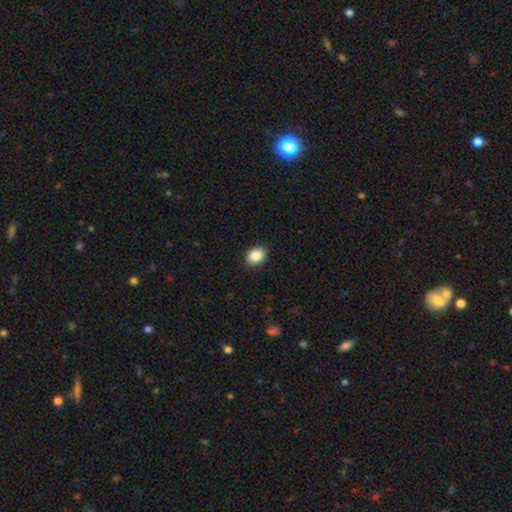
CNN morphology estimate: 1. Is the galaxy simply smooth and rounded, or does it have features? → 87% smooth, 8% star or artifact, 5% featured or disk.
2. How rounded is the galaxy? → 70% in between, 29% round, 1% cigar-shaped.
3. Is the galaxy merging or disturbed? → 90% none, 7% minor disturbance, 2% major disturbance, 1% merger.